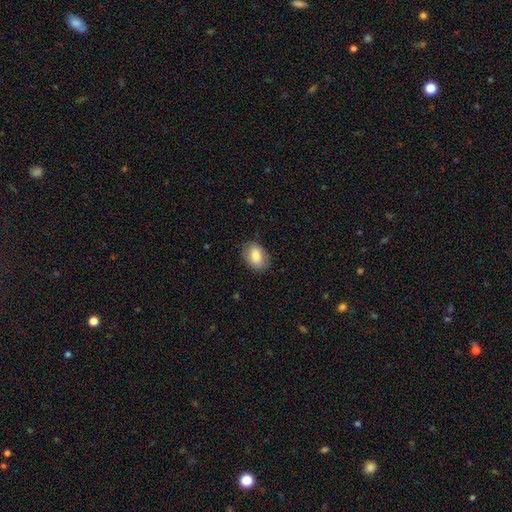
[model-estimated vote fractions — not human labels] A smooth galaxy with no disk features (84%) that is in between round and cigar-shaped (82%). Merging: none (82%).